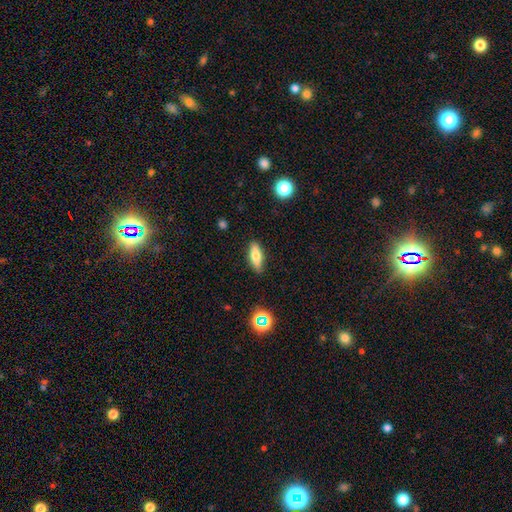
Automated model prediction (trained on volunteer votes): This is likely a smooth galaxy (65%). How rounded: possibly in between (53%). Merging: clearly none (86%).